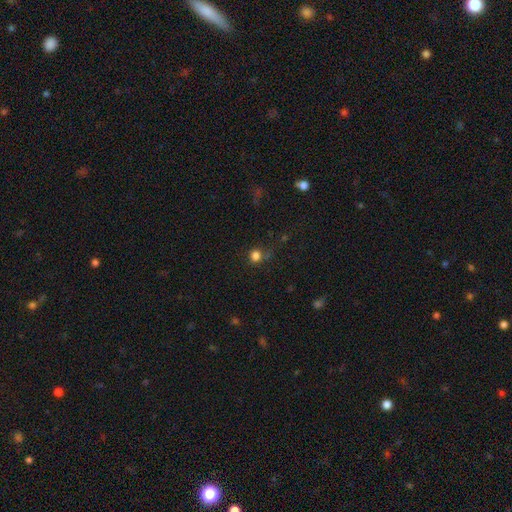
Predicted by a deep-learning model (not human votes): Smooth or featured? Predicted: smooth (p=0.79). How rounded? Predicted: round (p=0.86). Merging? Predicted: none (p=0.68).